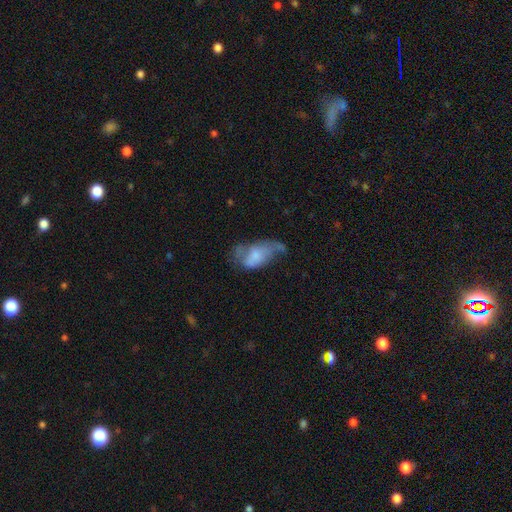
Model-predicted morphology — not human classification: type=smooth (54%); roundness=in between (91%); merging=major disturbance (44%).